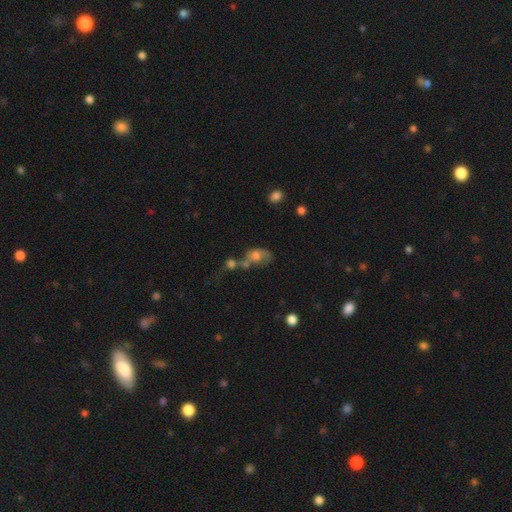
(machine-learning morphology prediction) This appears to be a smooth galaxy with no disk features (56%) that is in between round and cigar-shaped (71%). Merging: merger (44%).